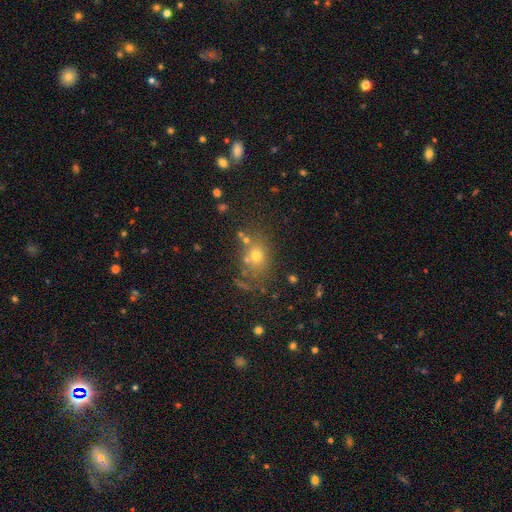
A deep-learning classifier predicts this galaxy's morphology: smooth-or-featured: smooth: 65% | star or artifact: 21% | featured or disk: 14%
  how-rounded: round: 59% | in between: 40% | cigar-shaped: 1%
  merging: none: 66% | minor disturbance: 14% | merger: 12% | major disturbance: 7%